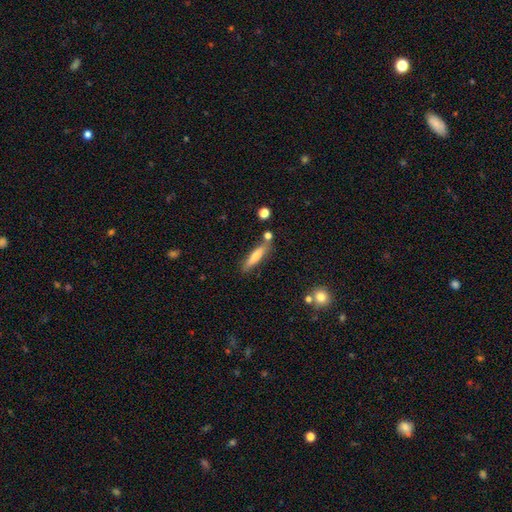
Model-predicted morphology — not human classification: A smooth galaxy with no disk features (65%) that is cigar-shaped (84%).

Vote fractions:
- Smooth or featured? smooth: 65% / featured or disk: 28% / star or artifact: 7%
- How rounded? cigar-shaped: 84% / in between: 14% / round: 2%
- Merging? none: 75% / minor disturbance: 13% / merger: 9% / major disturbance: 3%